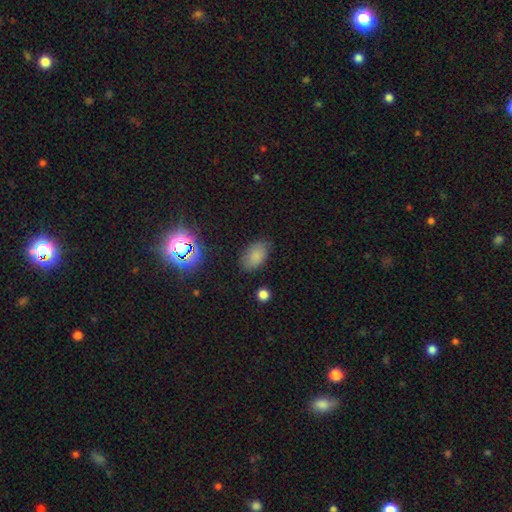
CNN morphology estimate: smooth_or_featured: smooth (p=0.78) [alt: star or artifact p=0.13]
how_rounded: in between (p=0.90) [alt: round p=0.09]
merging: none (p=0.77) [alt: minor disturbance p=0.16]